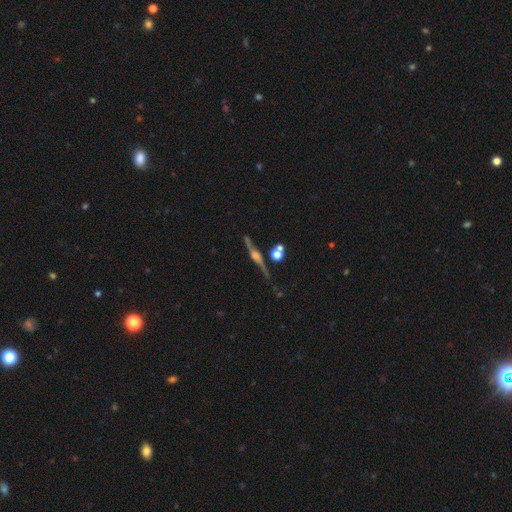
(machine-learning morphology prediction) featured or disk 83%, smooth 9%, star or artifact 8%. Down the decision tree: edge-on disk — yes (95%); edge-on bulge — rounded (87%); merging — none (76%).